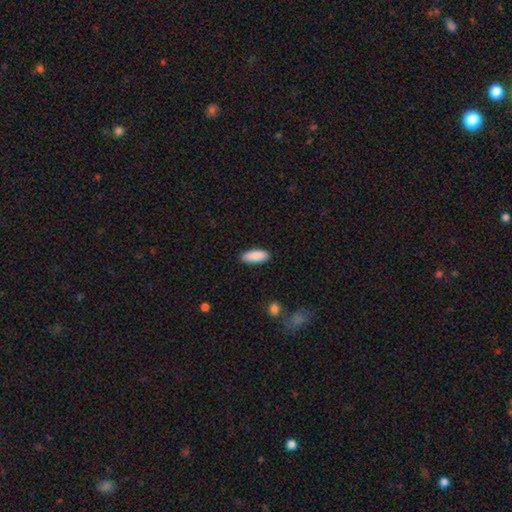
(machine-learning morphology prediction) Smooth or featured? Predicted: smooth (p=0.90). How rounded? Predicted: in between (p=0.76). Merging? Predicted: none (p=0.89).